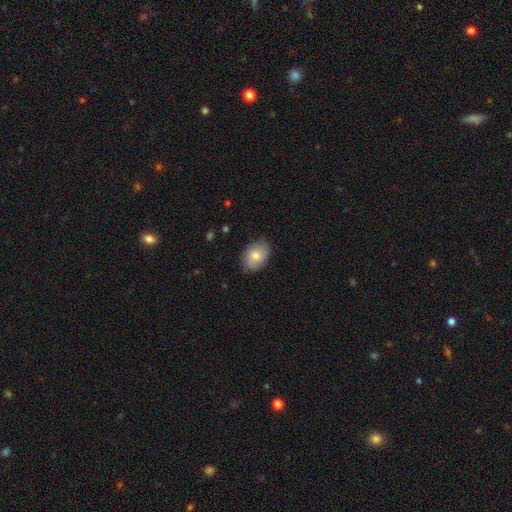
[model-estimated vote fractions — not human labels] A smooth galaxy with no disk features (77%) that is in between round and cigar-shaped (75%). Merging: none (79%).